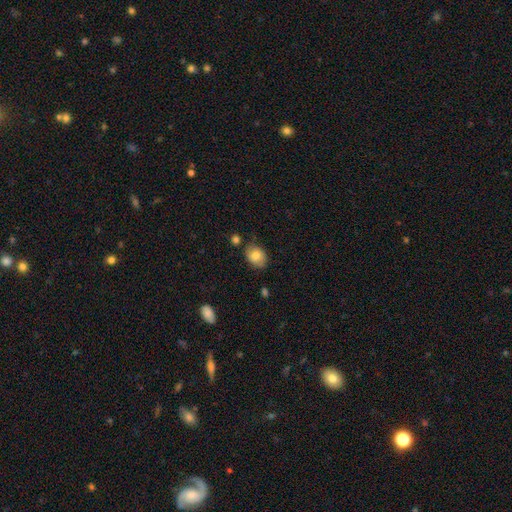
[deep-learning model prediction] This appears to be a smooth galaxy with no disk features (78%) that is in between round and cigar-shaped (62%). Merging: none (74%).